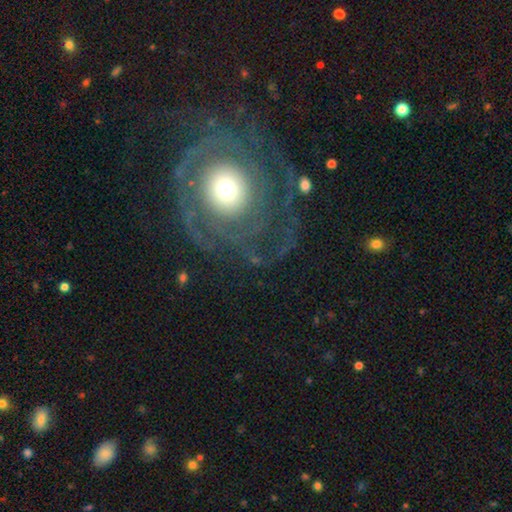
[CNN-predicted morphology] Smooth or featured? featured or disk (74%)
Edge-on disk? no (97%)
Bar? no (85%)
Spiral arms? yes (75%)
Spiral winding? tight (63%)
Spiral arm count? can't tell (40%)
Bulge size? moderate (52%)
Merging? none (66%)